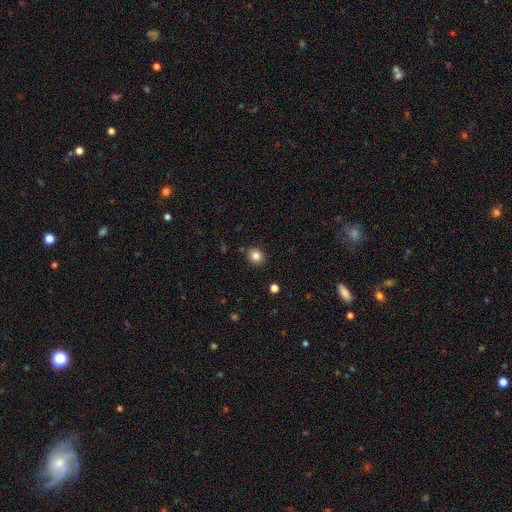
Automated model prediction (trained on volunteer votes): Morphology: type=smooth (84%); roundness=round (74%); merging=none (88%).